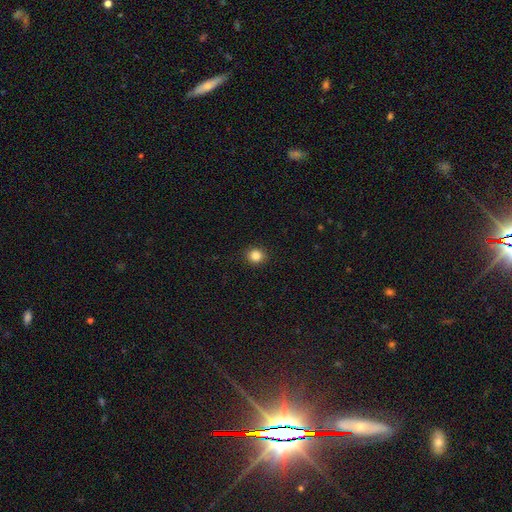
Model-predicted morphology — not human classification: A smooth galaxy with no disk features (84%) that is round (88%).

Vote fractions:
- Smooth or featured? smooth: 84% / star or artifact: 11% / featured or disk: 4%
- How rounded? round: 88% / in between: 11% / cigar-shaped: 1%
- Merging? none: 92% / minor disturbance: 5% / major disturbance: 2% / merger: 1%